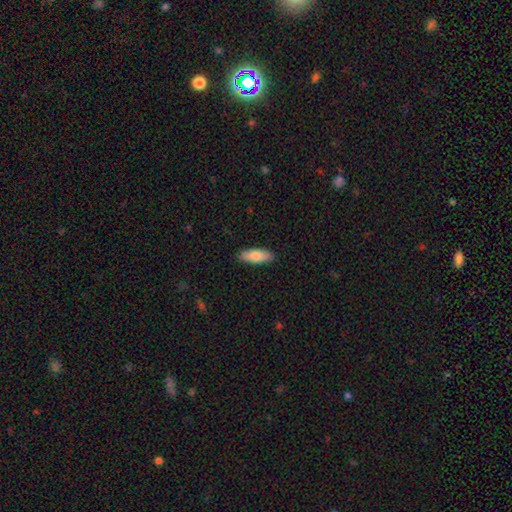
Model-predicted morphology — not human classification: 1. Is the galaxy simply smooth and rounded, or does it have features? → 80% smooth, 14% featured or disk, 6% star or artifact.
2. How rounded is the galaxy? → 68% in between, 30% cigar-shaped, 2% round.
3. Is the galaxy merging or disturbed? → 89% none, 8% minor disturbance, 2% major disturbance, 1% merger.